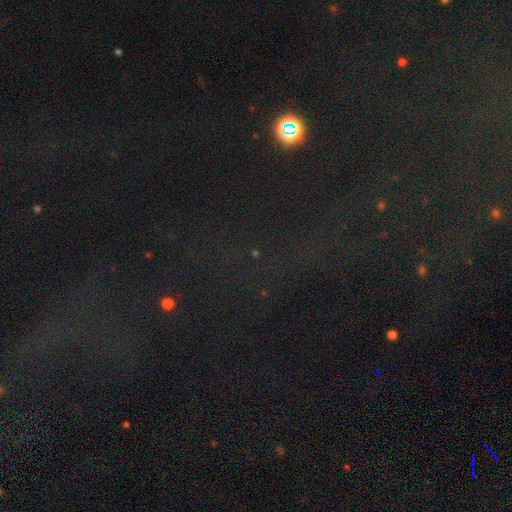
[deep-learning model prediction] A star or artifact, not a galaxy (73%).